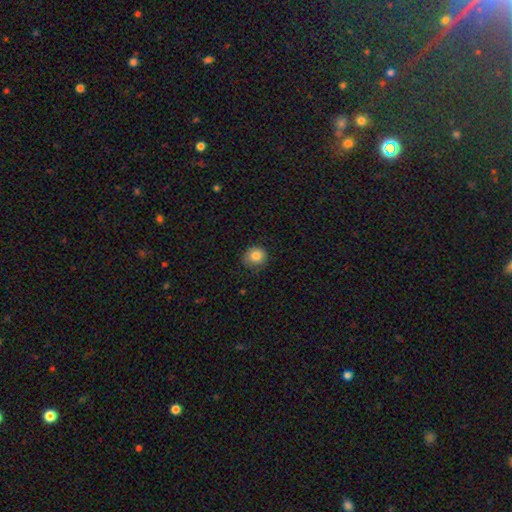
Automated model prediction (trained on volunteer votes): Smooth or featured? Predicted: smooth (p=0.83). How rounded? Predicted: round (p=0.82). Merging? Predicted: none (p=0.77).